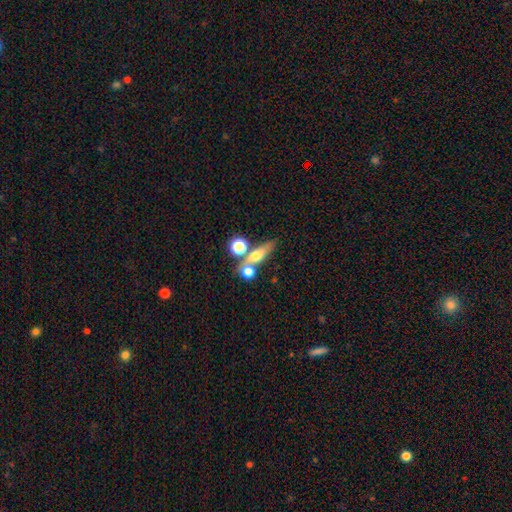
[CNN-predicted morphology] The model was most divided on "how rounded": in between: 39%, cigar-shaped: 36%, round: 25%. Remaining: smooth or featured — smooth (61%); merging — none (49%).